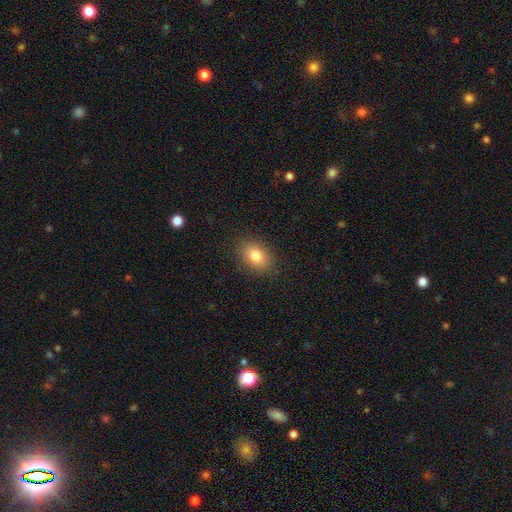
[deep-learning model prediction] Morphology: type=smooth (80%); roundness=in between (76%); merging=none (87%).